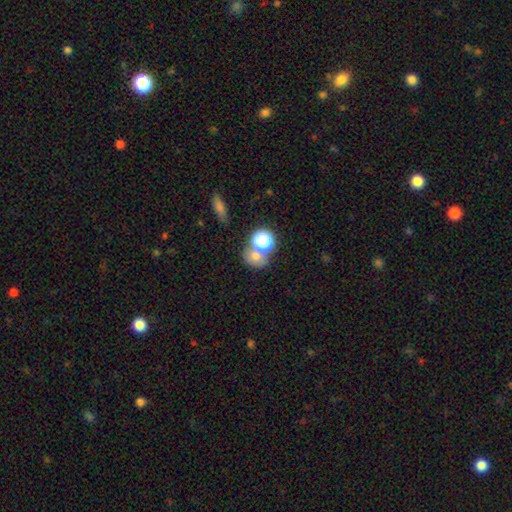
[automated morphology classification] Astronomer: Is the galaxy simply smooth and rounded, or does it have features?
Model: smooth — 66%.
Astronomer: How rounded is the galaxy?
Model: round — 65%.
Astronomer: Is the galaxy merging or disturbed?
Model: none — 43% (runner-up: merger, 42%).